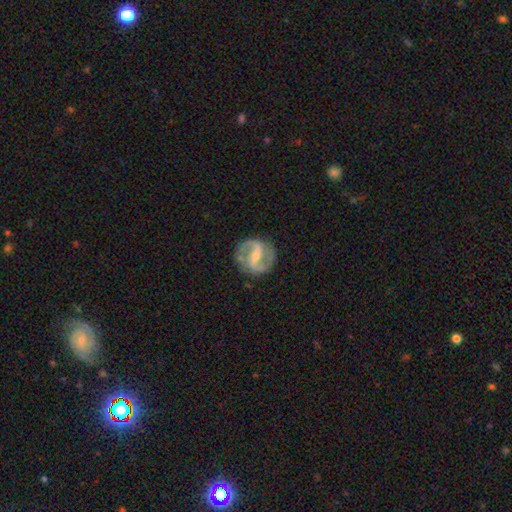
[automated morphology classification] Smooth or featured? featured or disk (87%)
Edge-on disk? no (97%)
Bar? strong (50%)
Spiral arms? yes (94%)
Spiral winding? medium (53%)
Spiral arm count? 2 (92%)
Bulge size? small (56%)
Merging? none (83%)